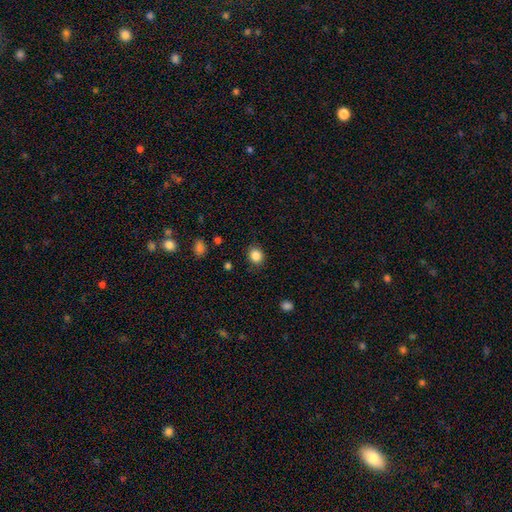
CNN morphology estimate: A smooth galaxy with no disk features (85%) that is round (72%).

Vote fractions:
- Smooth or featured? smooth: 85% / star or artifact: 11% / featured or disk: 4%
- How rounded? round: 72% / in between: 27% / cigar-shaped: 1%
- Merging? none: 87% / minor disturbance: 9% / major disturbance: 3% / merger: 1%